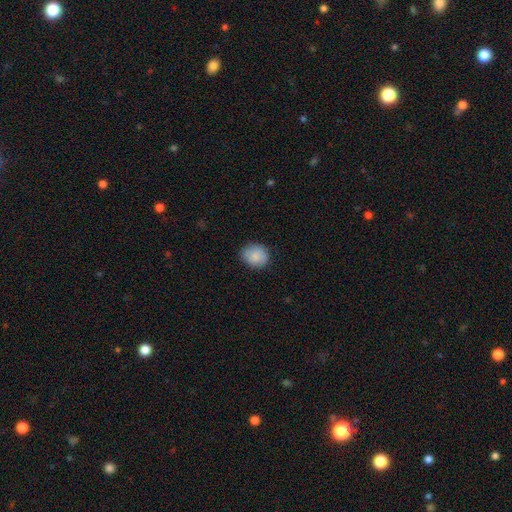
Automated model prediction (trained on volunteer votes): Smooth or featured? Predicted: smooth (p=0.82). How rounded? Predicted: round (p=0.73). Merging? Predicted: none (p=0.82).